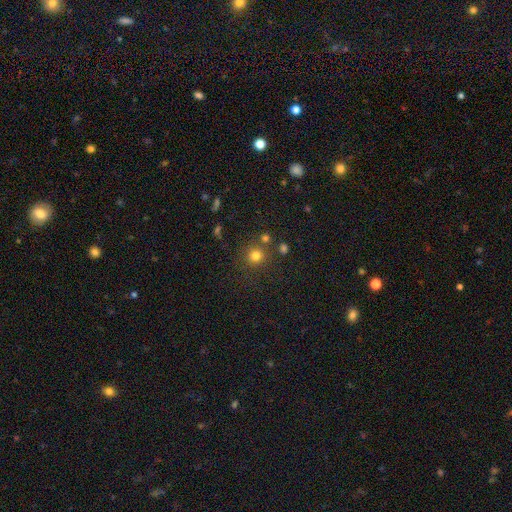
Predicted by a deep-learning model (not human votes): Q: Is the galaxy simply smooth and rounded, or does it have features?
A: smooth — 77%.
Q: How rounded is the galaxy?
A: round — 92%.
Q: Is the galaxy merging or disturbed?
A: none — 78%.